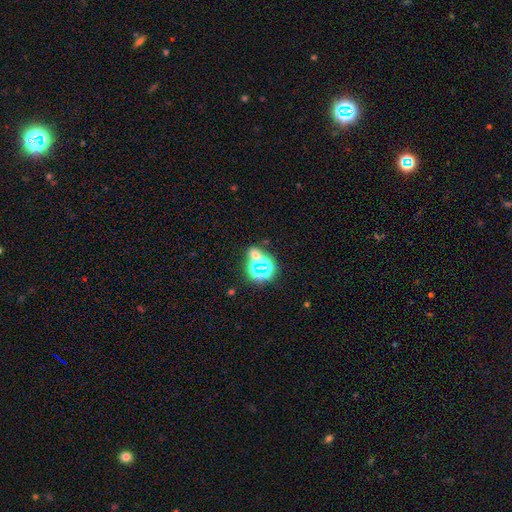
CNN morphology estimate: Q: Smooth or featured?
A: star or artifact (55%); runner-up: smooth (34%)